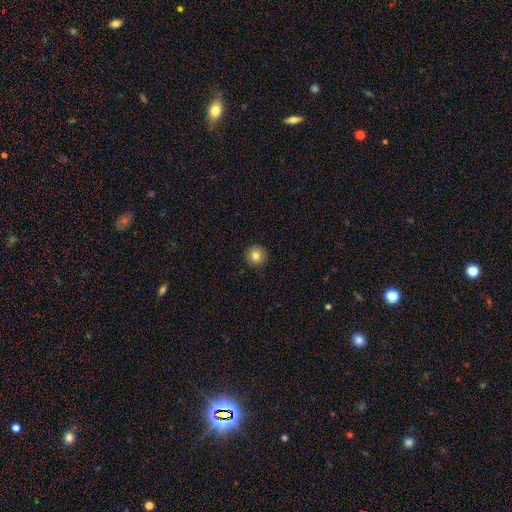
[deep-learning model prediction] Q: Smooth or featured?
A: smooth (82%); runner-up: star or artifact (10%)
Q: How rounded?
A: round (94%); runner-up: in between (5%)
Q: Merging?
A: none (92%); runner-up: minor disturbance (5%)